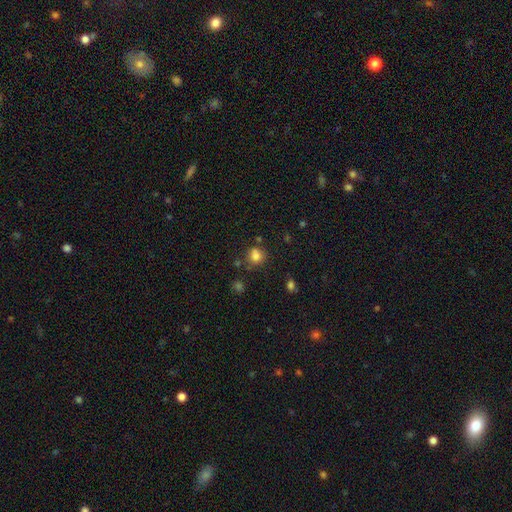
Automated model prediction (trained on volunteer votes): smooth_or_featured: smooth (p=0.81) [alt: star or artifact p=0.13]
how_rounded: round (p=0.76) [alt: in between p=0.23]
merging: none (p=0.67) [alt: minor disturbance p=0.17]